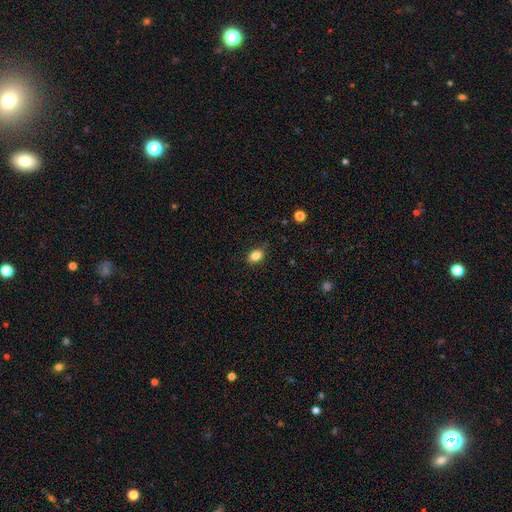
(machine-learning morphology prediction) Overall: smooth (84%). How rounded: in between (72%). Merging: none (82%).